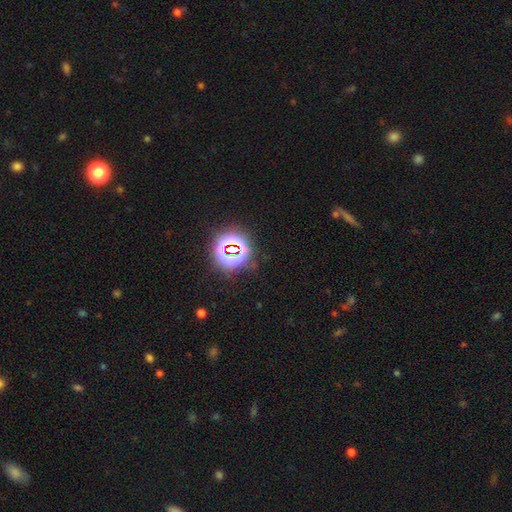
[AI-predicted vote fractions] smooth_or_featured: star or artifact (p=0.78) [alt: smooth p=0.14]